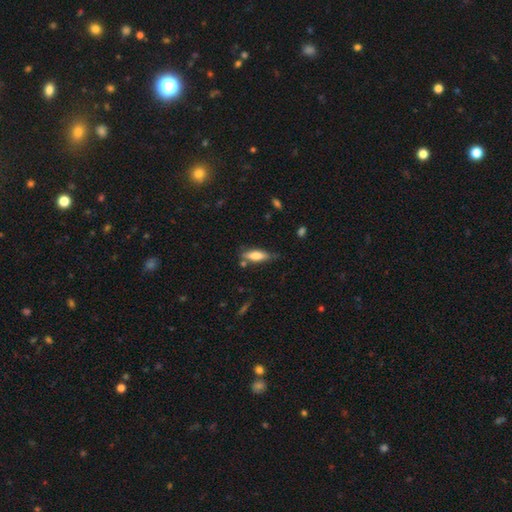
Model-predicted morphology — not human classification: smooth 70%, featured or disk 23%, star or artifact 7%. Down the decision tree: how rounded — in between (50%); merging — none (65%).